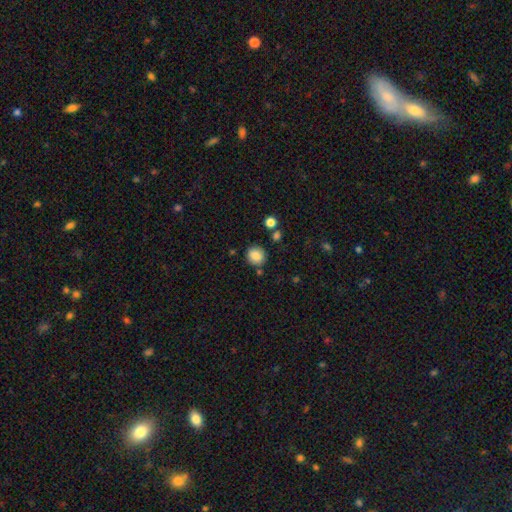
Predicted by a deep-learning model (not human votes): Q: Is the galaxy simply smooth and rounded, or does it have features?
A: smooth — 86%.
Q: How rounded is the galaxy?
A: round — 85%.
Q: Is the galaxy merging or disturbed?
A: none — 80%.